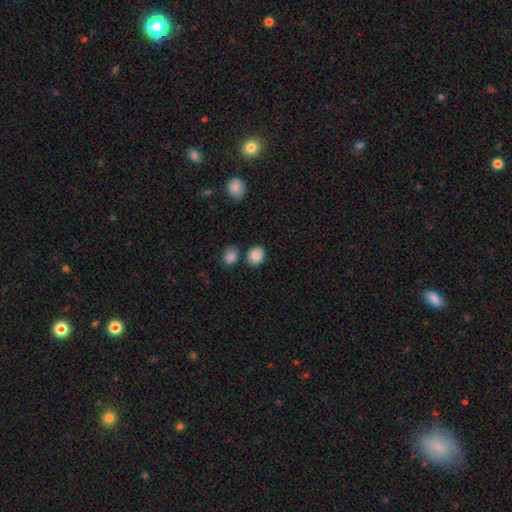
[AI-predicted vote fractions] Smooth or featured?
  - smooth: 86% *
  - star or artifact: 9%
  - featured or disk: 5%
How rounded?
  - round: 68% *
  - in between: 31%
  - cigar-shaped: 1%
Merging?
  - none: 77% *
  - minor disturbance: 11%
  - merger: 9%
  - major disturbance: 3%